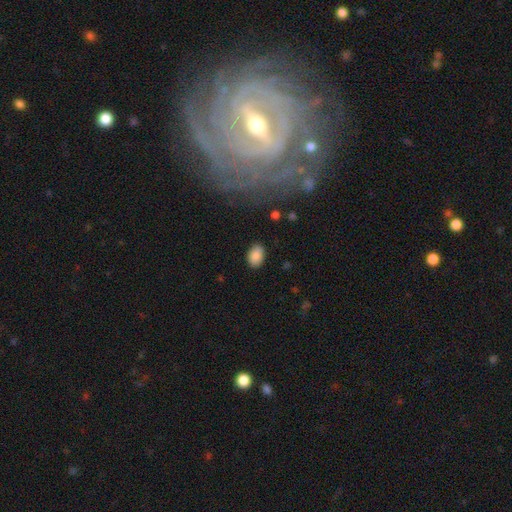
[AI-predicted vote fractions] smooth_or_featured: smooth (p=0.88) [alt: star or artifact p=0.07]
how_rounded: in between (p=0.85) [alt: round p=0.14]
merging: none (p=0.85) [alt: minor disturbance p=0.11]